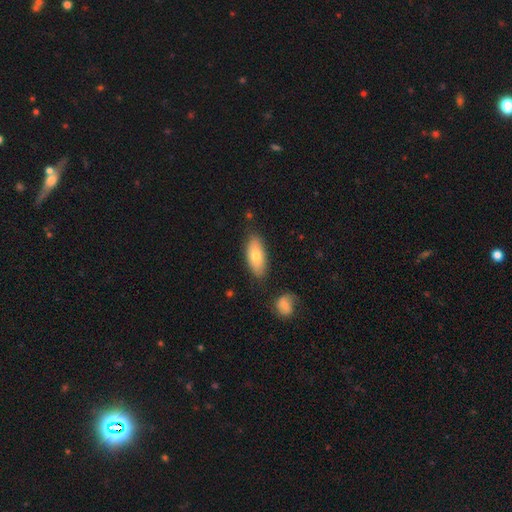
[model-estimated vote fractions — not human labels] Smooth or featured? Predicted: smooth (p=0.74). How rounded? Predicted: in between (p=0.83). Merging? Predicted: none (p=0.80).